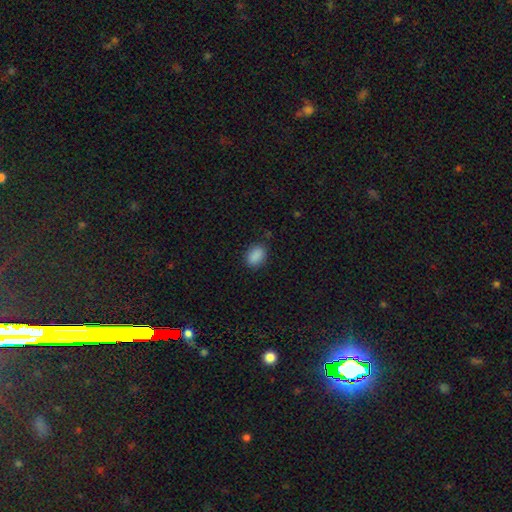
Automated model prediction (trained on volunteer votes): Morphology: type=smooth (89%); roundness=in between (80%); merging=none (84%).